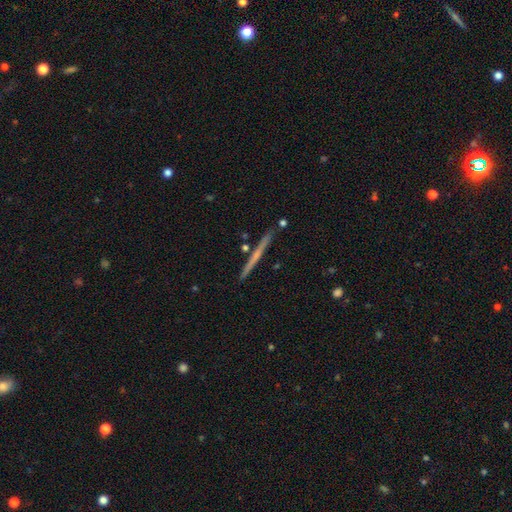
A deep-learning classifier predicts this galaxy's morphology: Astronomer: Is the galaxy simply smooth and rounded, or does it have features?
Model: featured or disk — 57% (runner-up: smooth, 38%).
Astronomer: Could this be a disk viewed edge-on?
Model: yes — 98%.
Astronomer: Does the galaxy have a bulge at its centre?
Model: none — 80%.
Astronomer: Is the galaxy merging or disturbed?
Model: none — 90%.